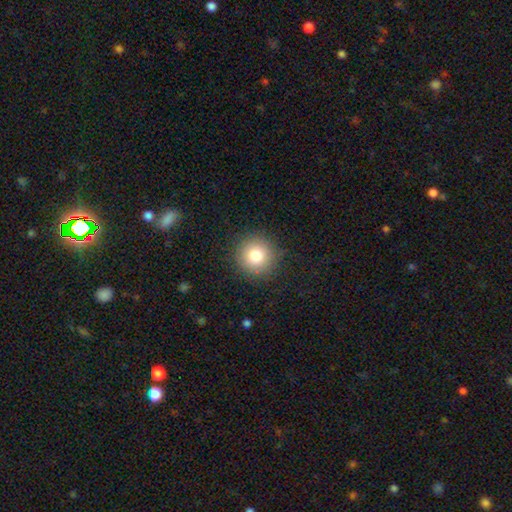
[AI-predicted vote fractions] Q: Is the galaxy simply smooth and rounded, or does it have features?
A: smooth — 80%.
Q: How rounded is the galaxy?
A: round — 95%.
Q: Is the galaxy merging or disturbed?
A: none — 90%.